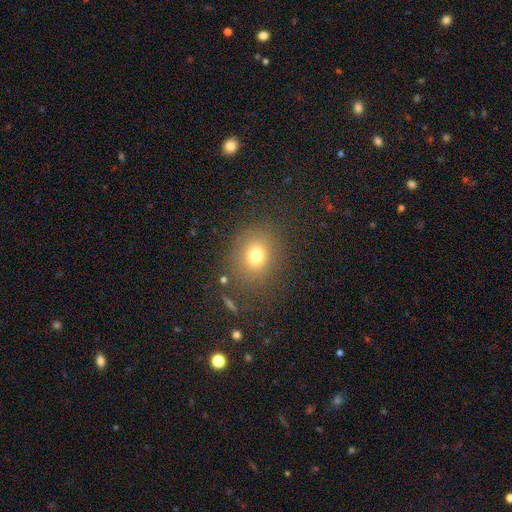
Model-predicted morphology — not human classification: smooth_or_featured: smooth (p=0.74) [alt: star or artifact p=0.16]
how_rounded: round (p=0.71) [alt: in between p=0.28]
merging: none (p=0.82) [alt: minor disturbance p=0.10]